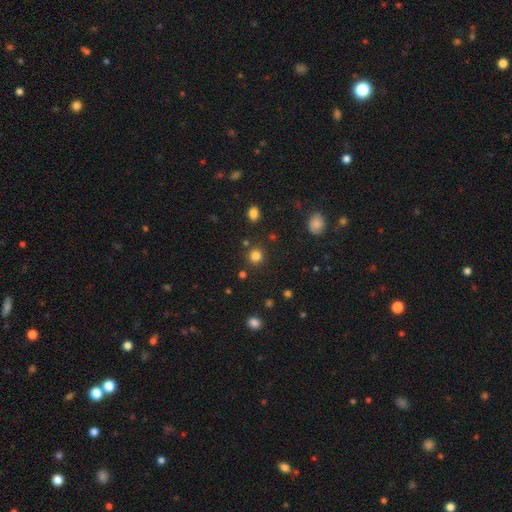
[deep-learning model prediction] Morphology: type=smooth (81%); roundness=round (91%); merging=none (85%).